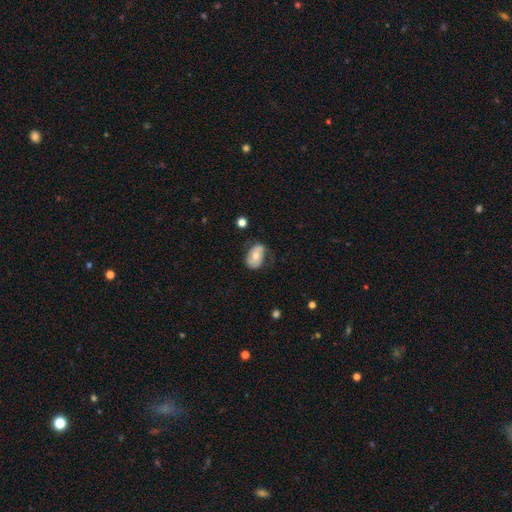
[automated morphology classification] Smooth or featured?
  - smooth: 48% *
  - featured or disk: 45%
  - star or artifact: 7%
Merging?
  - none: 55% *
  - minor disturbance: 30%
  - major disturbance: 13%
  - merger: 2%